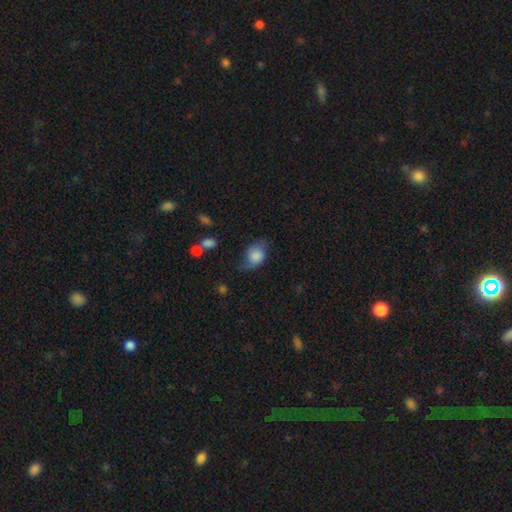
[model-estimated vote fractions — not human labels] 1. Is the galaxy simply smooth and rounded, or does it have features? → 77% smooth, 15% featured or disk, 8% star or artifact.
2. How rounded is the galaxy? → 63% in between, 36% round, 1% cigar-shaped.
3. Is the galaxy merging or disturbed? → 47% none, 36% minor disturbance, 15% major disturbance, 3% merger.